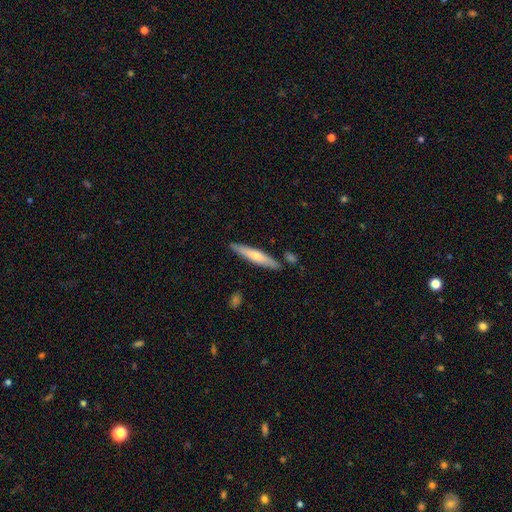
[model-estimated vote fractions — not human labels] This is possibly a smooth galaxy (54%). How rounded: clearly cigar-shaped (90%). Merging: clearly none (84%).